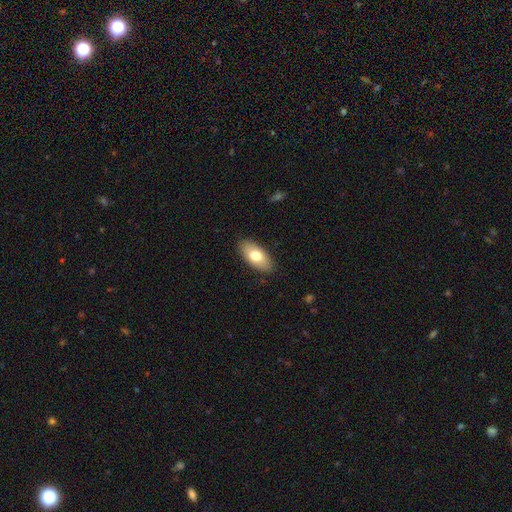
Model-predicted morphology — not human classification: The model was most divided on "smooth or featured": smooth: 75%, featured or disk: 19%, star or artifact: 6%. More confident: how rounded — in between (91%); merging — none (87%).